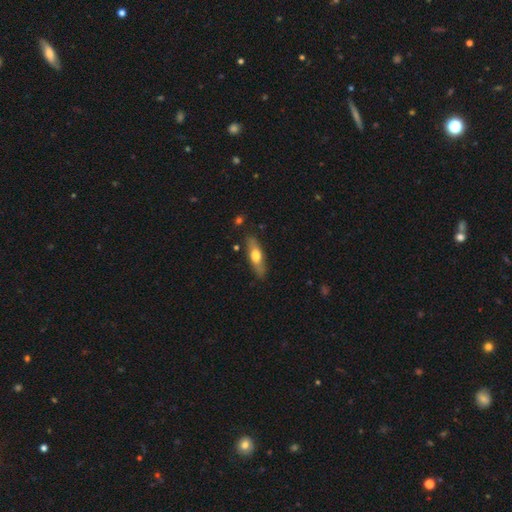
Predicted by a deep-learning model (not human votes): A smooth galaxy with no disk features (55%) that is cigar-shaped (59%).

Vote fractions:
- Smooth or featured? smooth: 55% / featured or disk: 39% / star or artifact: 6%
- How rounded? cigar-shaped: 59% / in between: 38% / round: 3%
- Merging? none: 84% / minor disturbance: 12% / major disturbance: 2% / merger: 2%